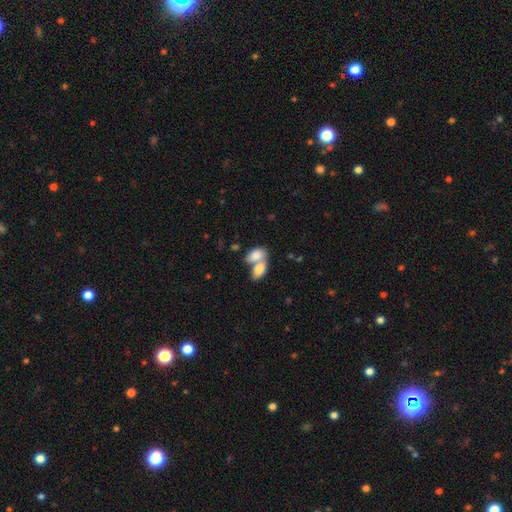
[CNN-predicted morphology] This is clearly a smooth galaxy (81%). How rounded: clearly in between (90%). Merging: likely merger (73%).